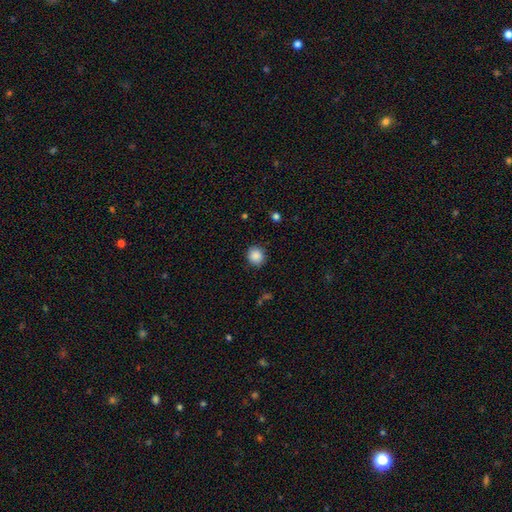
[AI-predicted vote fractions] Smooth or featured? smooth (88%)
How rounded? round (85%)
Merging? none (88%)